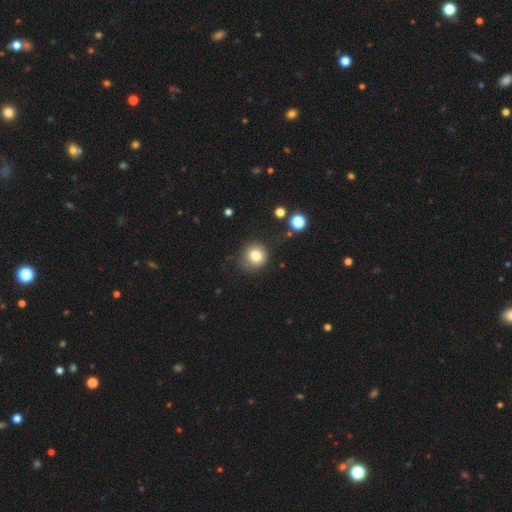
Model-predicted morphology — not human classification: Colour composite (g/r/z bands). It shows a smooth galaxy with no disk features (79%) that is round (91%). Merging: none (79%).